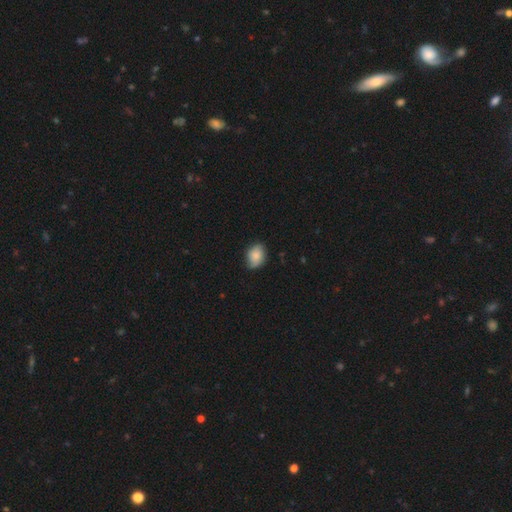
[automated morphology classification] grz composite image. It shows a smooth galaxy with no disk features (76%) that is in between round and cigar-shaped (65%). Merging: none (71%).